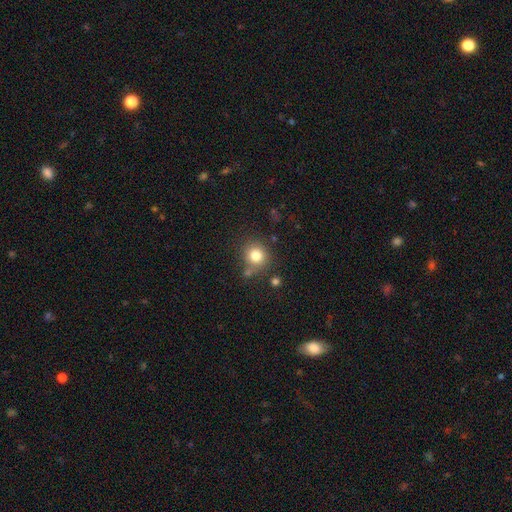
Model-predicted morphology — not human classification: smooth 81%, star or artifact 12%, featured or disk 8%. Down the decision tree: how rounded — round (88%); merging — none (74%).